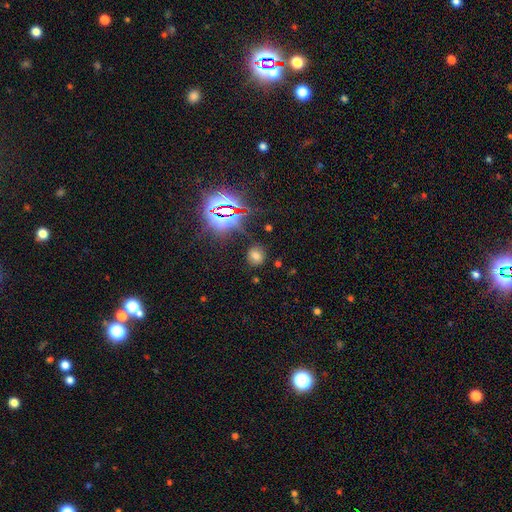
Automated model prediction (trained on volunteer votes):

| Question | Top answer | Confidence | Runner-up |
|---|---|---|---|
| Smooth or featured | smooth | 59% | star or artifact (31%) |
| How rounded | round | 75% | in between (24%) |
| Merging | none | 81% | minor disturbance (12%) |